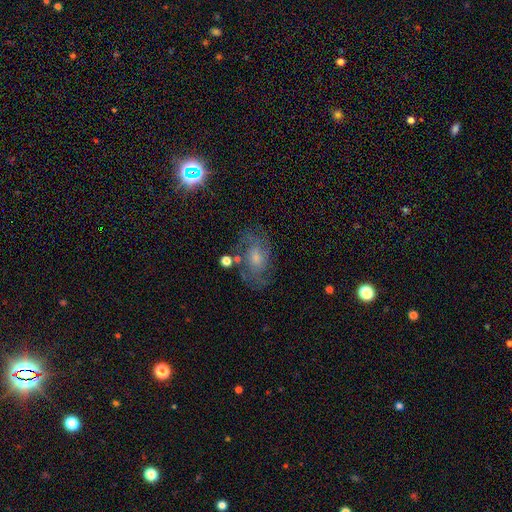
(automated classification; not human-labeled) featured or disk 60%, smooth 25%, star or artifact 15%. Down the decision tree: edge-on disk — no (95%); bar — no (65%); spiral arms — yes (81%); bulge size — small (46%); merging — none (68%).